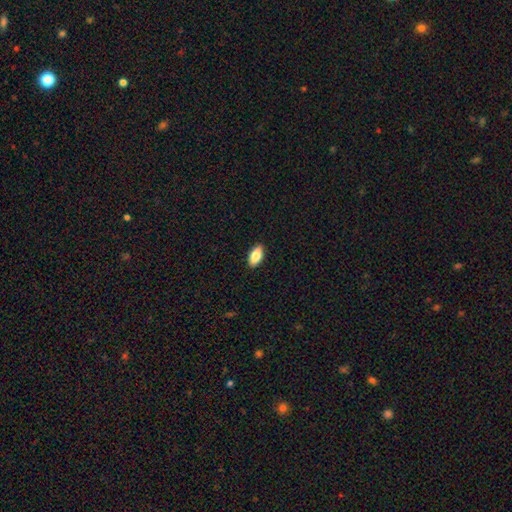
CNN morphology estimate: type=smooth (83%); roundness=in between (91%); merging=none (90%).